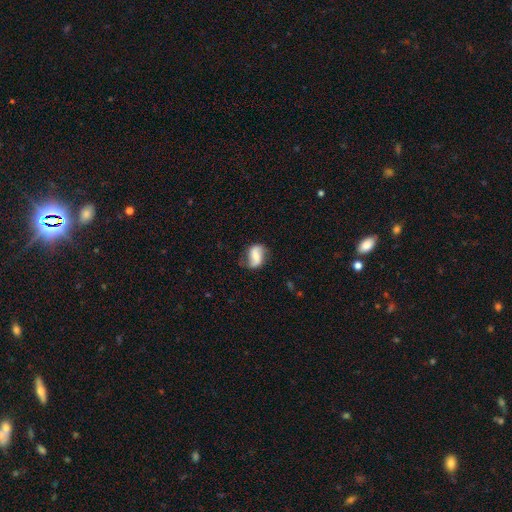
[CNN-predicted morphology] Smooth or featured: featured or disk — 58% (smooth — 34%)
Edge-on disk: no — 96% (yes — 4%)
Bar: strong — 35% (tied with weak — 35%)
Spiral arms: yes — 88% (no — 12%)
Bulge size: small — 33% (none — 27%)
Merging: none — 62% (minor disturbance — 25%)